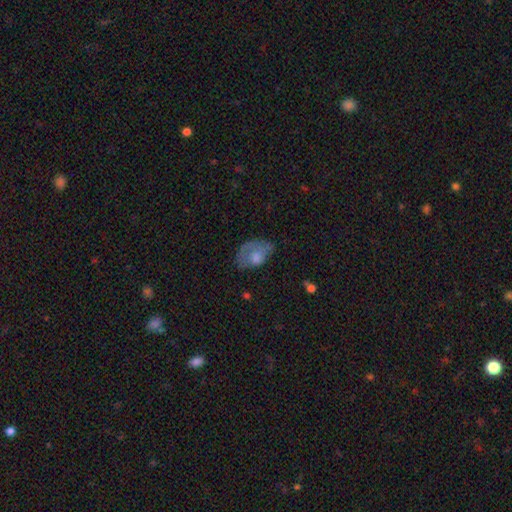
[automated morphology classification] smooth-or-featured: smooth: 61% | featured or disk: 30% | star or artifact: 9%
  how-rounded: in between: 83% | round: 15% | cigar-shaped: 1%
  merging: none: 35% | minor disturbance: 32% | major disturbance: 31% | merger: 2%